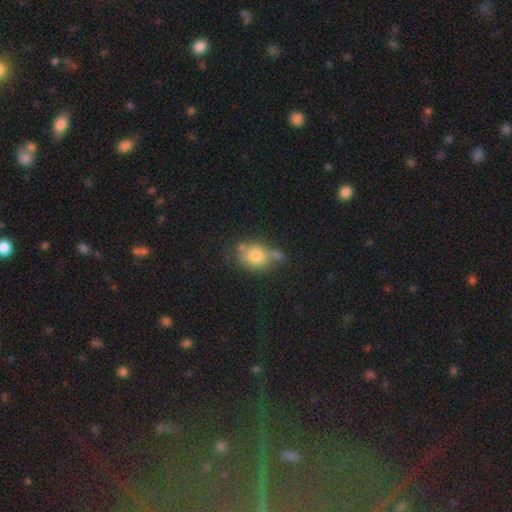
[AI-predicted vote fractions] smooth_or_featured: smooth (p=0.77) [alt: featured or disk p=0.12]
how_rounded: round (p=0.52) [alt: in between p=0.47]
merging: none (p=0.50) [alt: merger p=0.23]